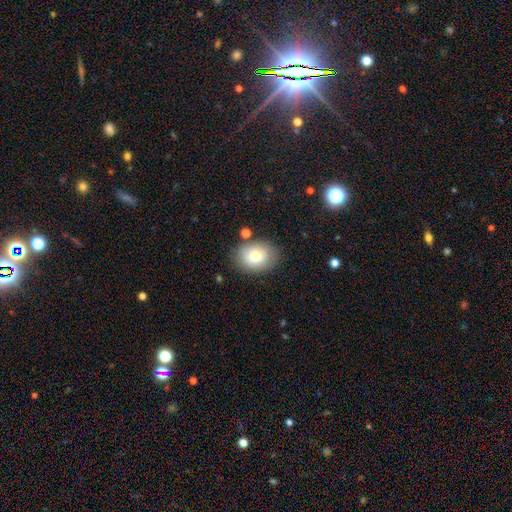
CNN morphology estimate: This appears to be a smooth galaxy with no disk features (78%) that is in between round and cigar-shaped (72%). Merging: none (80%).